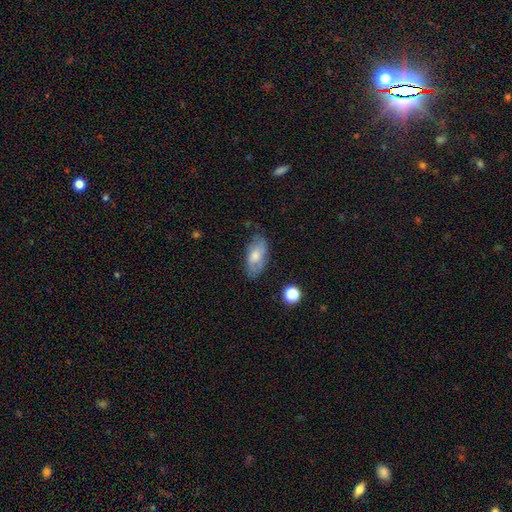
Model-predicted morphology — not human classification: type=smooth (63%); roundness=in between (91%); merging=none (68%).